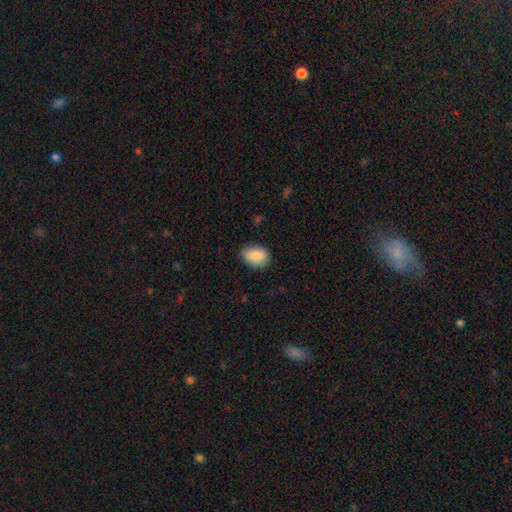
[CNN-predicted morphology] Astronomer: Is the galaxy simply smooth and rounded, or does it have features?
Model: smooth — 87%.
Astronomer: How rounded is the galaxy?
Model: in between — 79%.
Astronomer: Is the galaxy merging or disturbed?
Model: none — 82%.